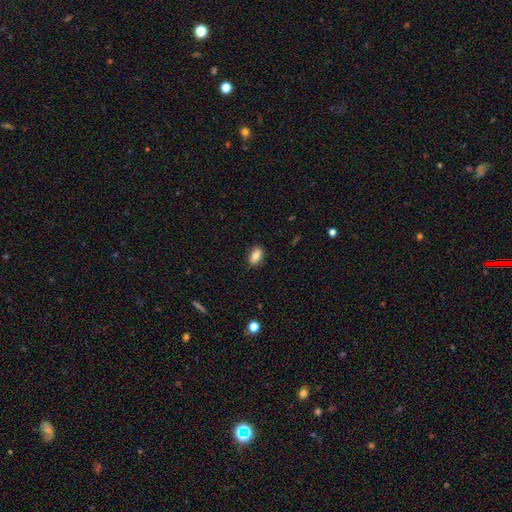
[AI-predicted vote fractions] smooth 80%, featured or disk 12%, star or artifact 8%. Down the decision tree: how rounded — in between (84%); merging — none (87%).